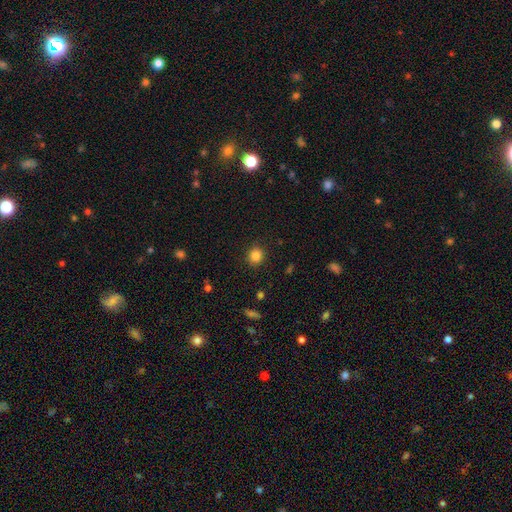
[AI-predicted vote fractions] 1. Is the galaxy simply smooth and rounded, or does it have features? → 84% smooth, 12% star or artifact, 5% featured or disk.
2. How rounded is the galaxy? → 86% round, 13% in between, 1% cigar-shaped.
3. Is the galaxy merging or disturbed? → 90% none, 7% minor disturbance, 2% major disturbance, 1% merger.